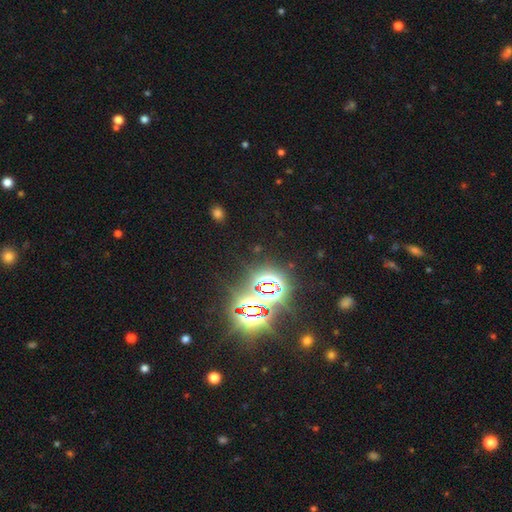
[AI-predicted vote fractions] Q: Smooth or featured?
A: star or artifact (78%); runner-up: smooth (13%)